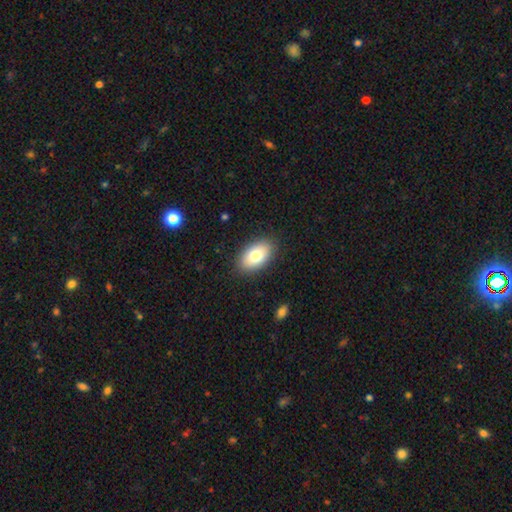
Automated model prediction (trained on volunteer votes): A smooth galaxy with no disk features (78%) that is in between round and cigar-shaped (93%). Merging: none (88%).